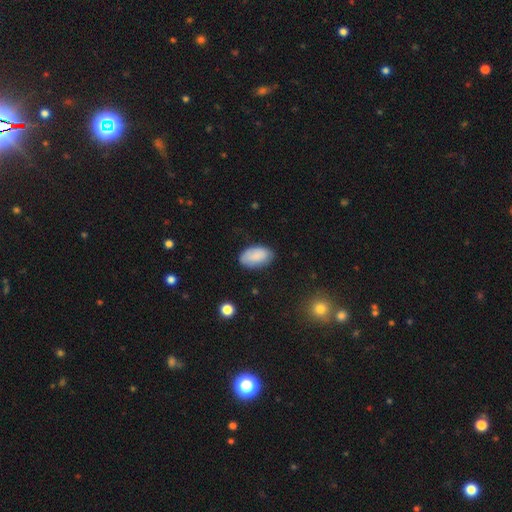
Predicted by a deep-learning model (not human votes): Smooth or featured? Predicted: smooth (p=0.85). How rounded? Predicted: in between (p=0.95). Merging? Predicted: none (p=0.78).